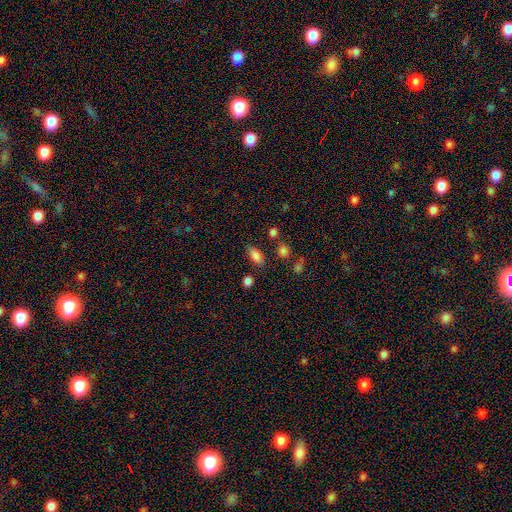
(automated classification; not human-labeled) Morphology: type=smooth (84%); roundness=in between (88%); merging=none (80%).